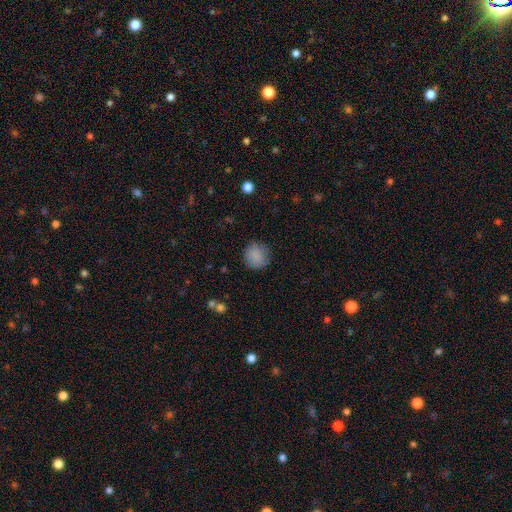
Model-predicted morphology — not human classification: This is clearly a smooth galaxy (87%). How rounded: clearly round (90%). Merging: clearly none (86%).